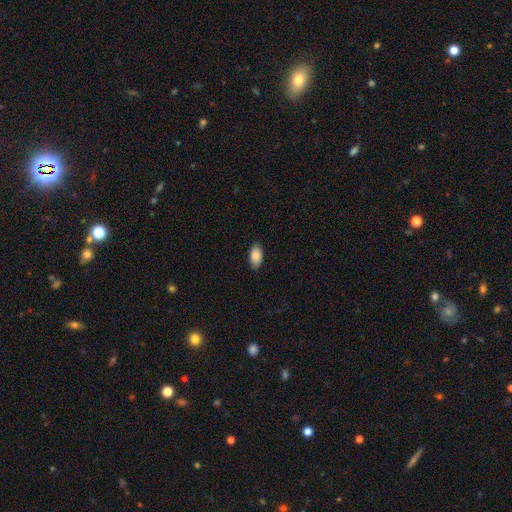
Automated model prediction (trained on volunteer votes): smooth 88%, star or artifact 7%, featured or disk 5%. Down the decision tree: how rounded — in between (94%); merging — none (87%).